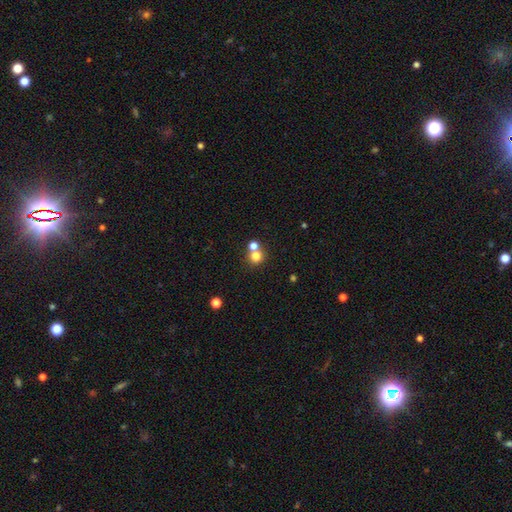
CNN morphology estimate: A smooth galaxy with no disk features (75%) that is round (89%). Merging: none (54%).